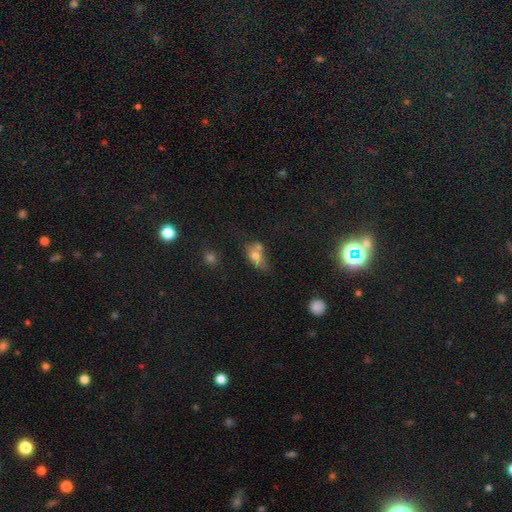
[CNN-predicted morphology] This is likely a smooth galaxy (66%). How rounded: likely in between (76%). Merging: possibly merger (46%).